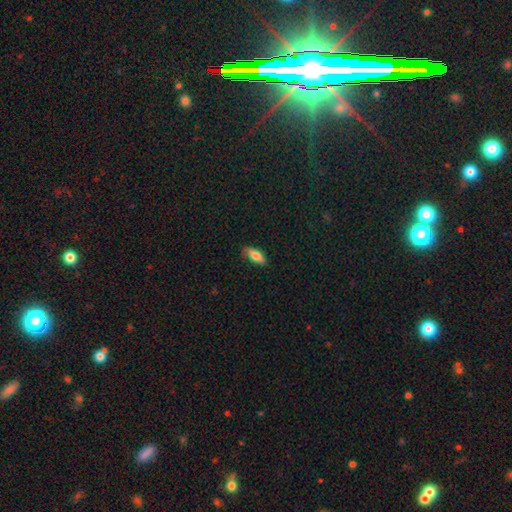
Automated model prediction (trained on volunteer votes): A smooth galaxy with no disk features (76%) that is in between round and cigar-shaped (71%).

Vote fractions:
- Smooth or featured? smooth: 76% / featured or disk: 17% / star or artifact: 6%
- How rounded? in between: 71% / cigar-shaped: 27% / round: 2%
- Merging? none: 74% / minor disturbance: 21% / major disturbance: 4% / merger: 1%